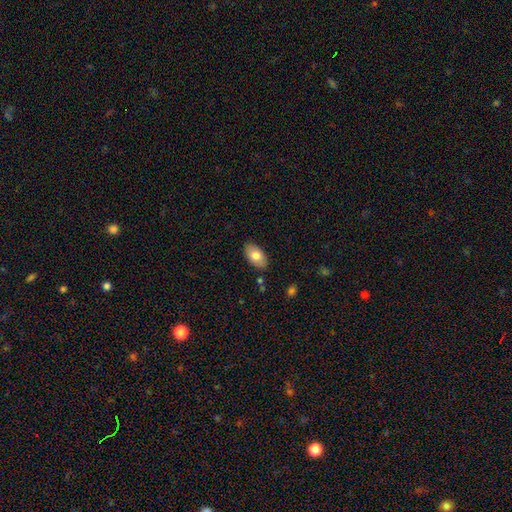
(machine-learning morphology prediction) The model was most divided on "smooth or featured": smooth: 77%, featured or disk: 17%, star or artifact: 6%. More confident: how rounded — in between (94%); merging — none (86%).